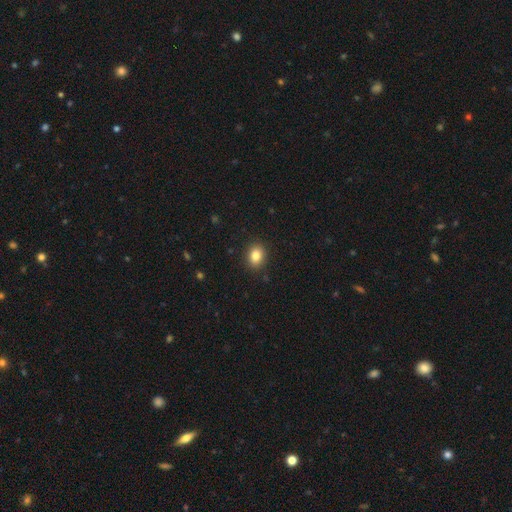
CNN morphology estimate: Smooth or featured?
  - smooth: 83% *
  - star or artifact: 10%
  - featured or disk: 7%
How rounded?
  - in between: 53% *
  - round: 46%
  - cigar-shaped: 1%
Merging?
  - none: 89% *
  - minor disturbance: 8%
  - major disturbance: 2%
  - merger: 1%